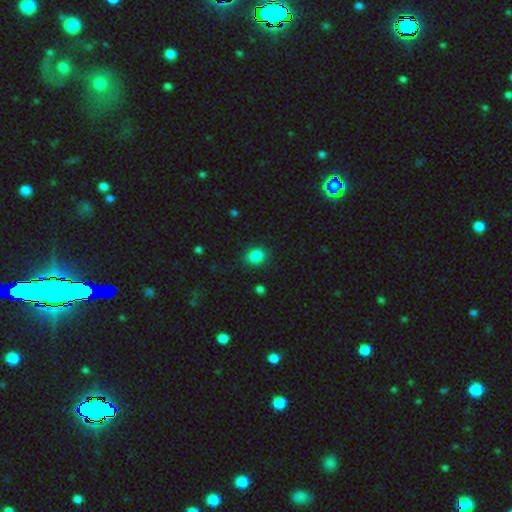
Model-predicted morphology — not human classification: This is clearly a smooth galaxy (86%). How rounded: likely round (62%). Merging: clearly none (88%).